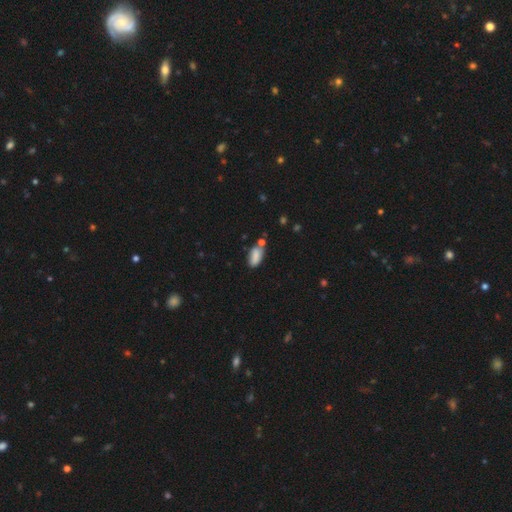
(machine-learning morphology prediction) This is clearly a smooth galaxy (81%). How rounded: clearly in between (86%). Merging: possibly none (50%).